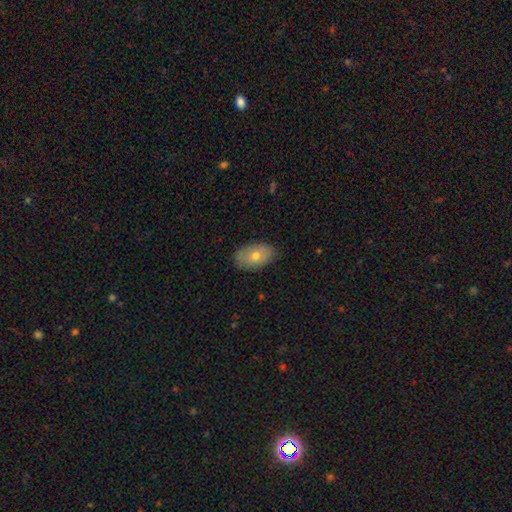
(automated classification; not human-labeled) A smooth galaxy with no disk features (66%) that is in between round and cigar-shaped (90%).

Vote fractions:
- Smooth or featured? smooth: 66% / featured or disk: 27% / star or artifact: 8%
- How rounded? in between: 90% / round: 8% / cigar-shaped: 2%
- Merging? none: 83% / minor disturbance: 13% / major disturbance: 2% / merger: 1%